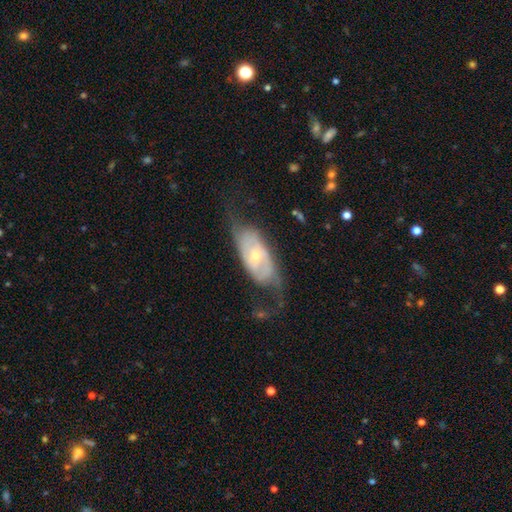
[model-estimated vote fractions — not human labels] smooth-or-featured: featured or disk: 76% | smooth: 18% | star or artifact: 6%
  disk-edge-on: no: 89% | yes: 11%
    bar: no: 62% | weak: 29% | strong: 9%
    has-spiral-arms: yes: 84% | no: 16%
      spiral-winding: medium: 38% | loose: 32% | tight: 30%
      spiral-arm-count: 2: 73% | can't tell: 18% | 1: 4% | 3: 3% | 4: 2% | more than 4: 1%
    bulge-size: small: 51% | moderate: 44% | large: 2% | none: 1% | dominant: 1%
  merging: none: 58% | major disturbance: 20% | minor disturbance: 20% | merger: 2%